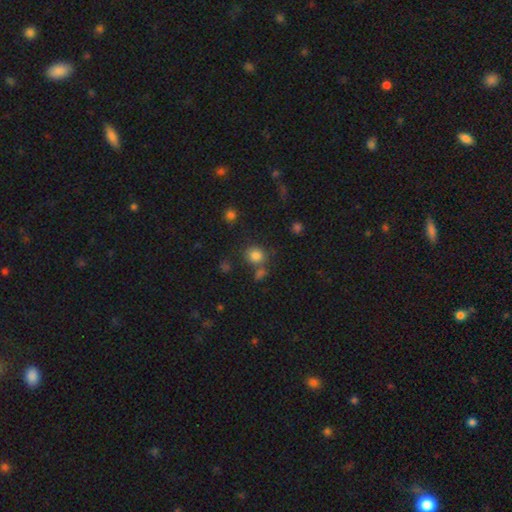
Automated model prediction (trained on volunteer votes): The model was most divided on "merging": none: 65%, merger: 17%, minor disturbance: 12%, major disturbance: 5%. More confident: smooth or featured — smooth (81%); how rounded — round (77%).